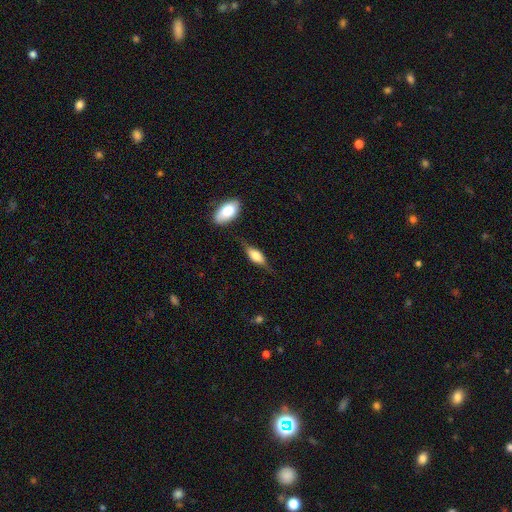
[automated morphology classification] A smooth galaxy with no disk features (51%) that is in between round and cigar-shaped (71%).

Vote fractions:
- Smooth or featured? smooth: 51% / featured or disk: 42% / star or artifact: 7%
- How rounded? in between: 71% / cigar-shaped: 24% / round: 5%
- Merging? none: 63% / minor disturbance: 24% / major disturbance: 8% / merger: 5%